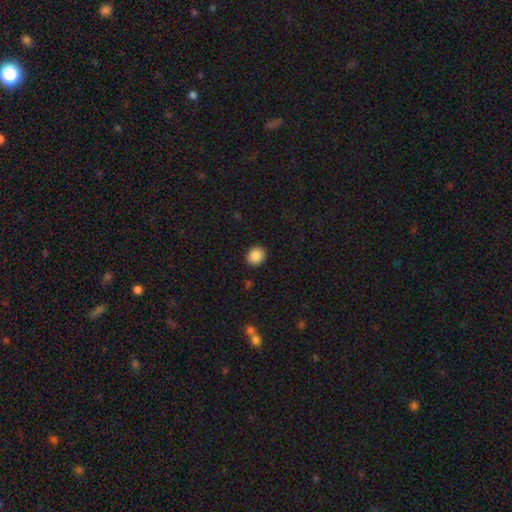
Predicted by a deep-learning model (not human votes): Smooth or featured? Predicted: smooth (p=0.88). How rounded? Predicted: round (p=0.66). Merging? Predicted: none (p=0.90).